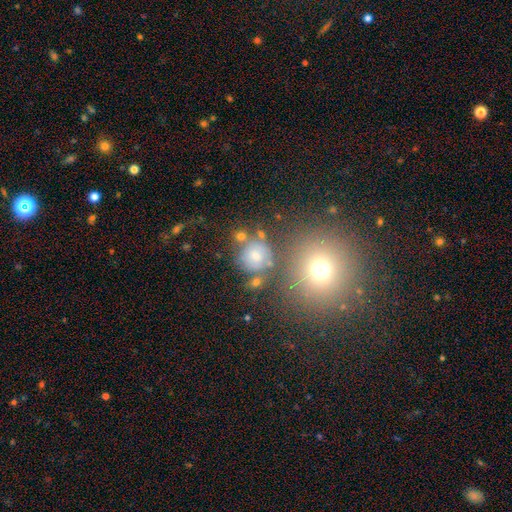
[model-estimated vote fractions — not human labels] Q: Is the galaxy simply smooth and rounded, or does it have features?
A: smooth — 65%.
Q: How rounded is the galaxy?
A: round — 82%.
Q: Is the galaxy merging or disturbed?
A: none — 61%.